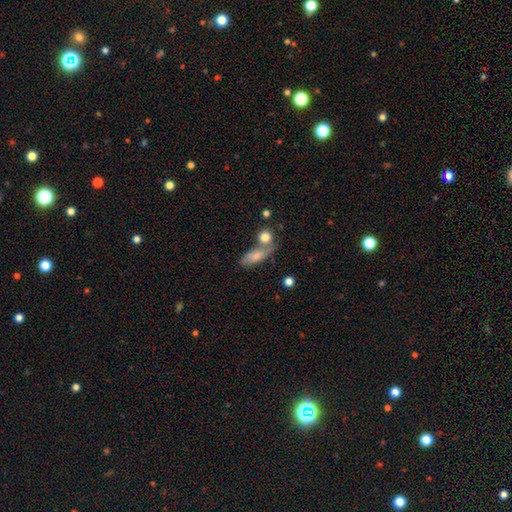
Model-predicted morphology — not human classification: smooth_or_featured: smooth (p=0.70) [alt: featured or disk p=0.22]
how_rounded: in between (p=0.71) [alt: cigar-shaped p=0.18]
merging: none (p=0.44) [alt: merger p=0.31]